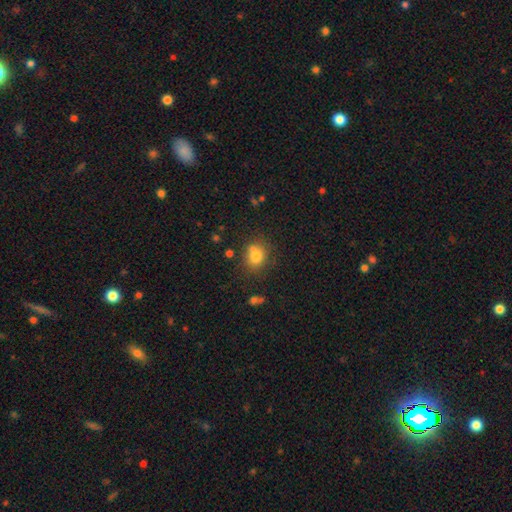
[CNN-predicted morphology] Q: Smooth or featured?
A: smooth (77%); runner-up: star or artifact (13%)
Q: How rounded?
A: round (69%); runner-up: in between (30%)
Q: Merging?
A: none (60%); runner-up: merger (17%)